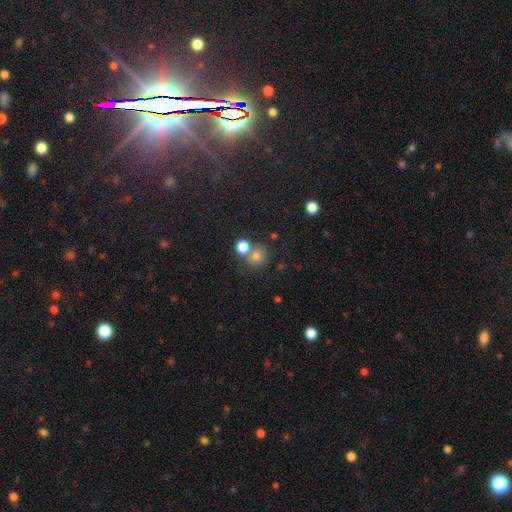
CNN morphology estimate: Smooth or featured: smooth — 72% (star or artifact — 19%)
How rounded: round — 87% (in between — 12%)
Merging: none — 61% (merger — 26%)